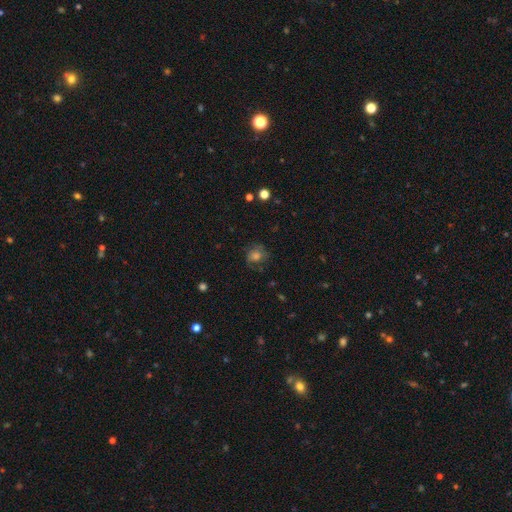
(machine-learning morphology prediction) Q: Smooth or featured?
A: smooth (52%); runner-up: featured or disk (30%)
Q: How rounded?
A: round (76%); runner-up: in between (23%)
Q: Merging?
A: none (69%); runner-up: minor disturbance (18%)